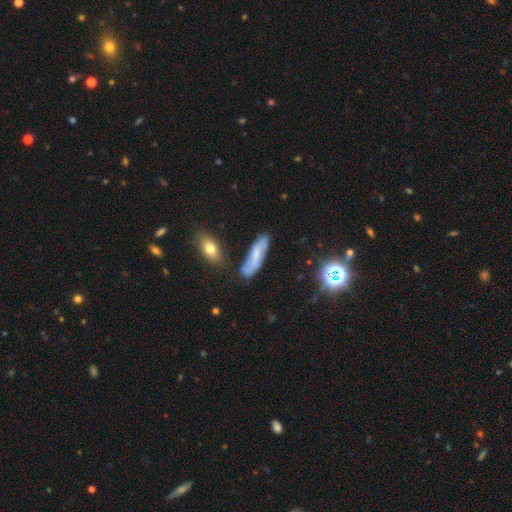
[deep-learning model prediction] Smooth or featured: featured or disk — 45% (smooth — 43%)
Merging: none — 70% (minor disturbance — 19%)